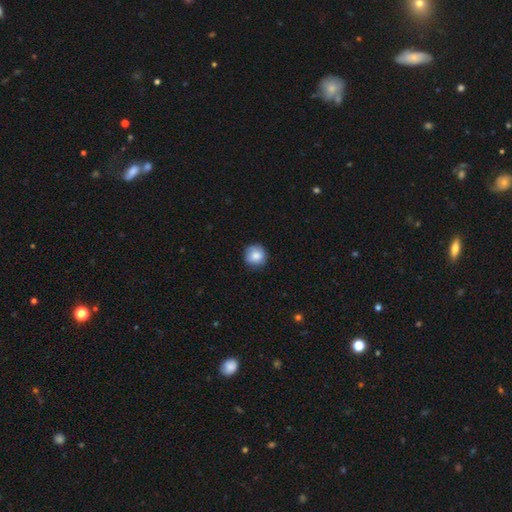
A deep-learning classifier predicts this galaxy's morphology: A smooth galaxy with no disk features (82%) that is round (91%).

Vote fractions:
- Smooth or featured? smooth: 82% / featured or disk: 10% / star or artifact: 8%
- How rounded? round: 91% / in between: 8% / cigar-shaped: 1%
- Merging? none: 79% / minor disturbance: 17% / major disturbance: 3% / merger: 1%